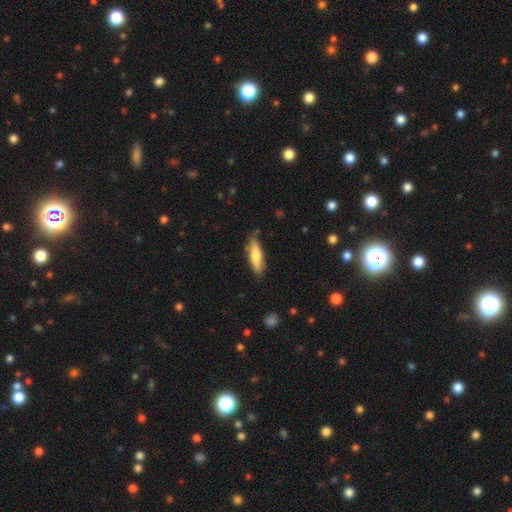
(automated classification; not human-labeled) A smooth galaxy with no disk features (70%) that is cigar-shaped (63%). Merging: none (81%).